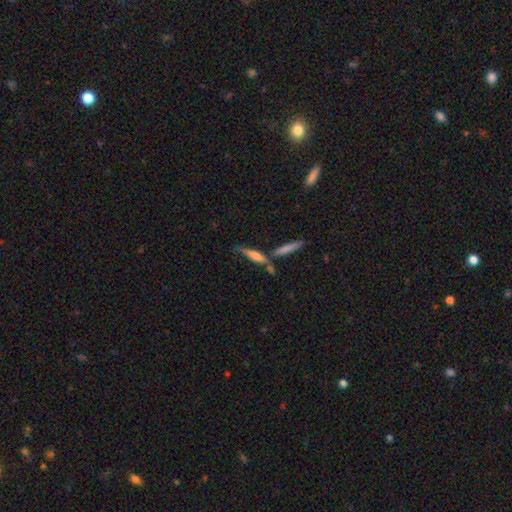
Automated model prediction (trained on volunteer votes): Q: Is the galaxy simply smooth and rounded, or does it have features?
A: smooth — 54%.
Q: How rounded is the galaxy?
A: cigar-shaped — 77%.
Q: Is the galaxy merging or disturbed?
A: none — 54%.